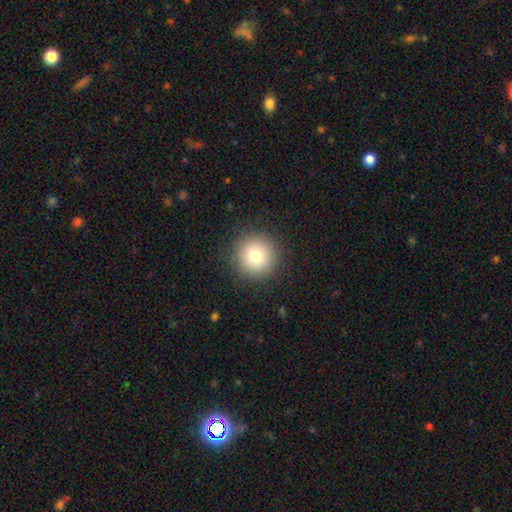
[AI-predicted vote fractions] Smooth or featured: smooth — 79% (star or artifact — 11%)
How rounded: round — 95% (in between — 4%)
Merging: none — 91% (minor disturbance — 6%)